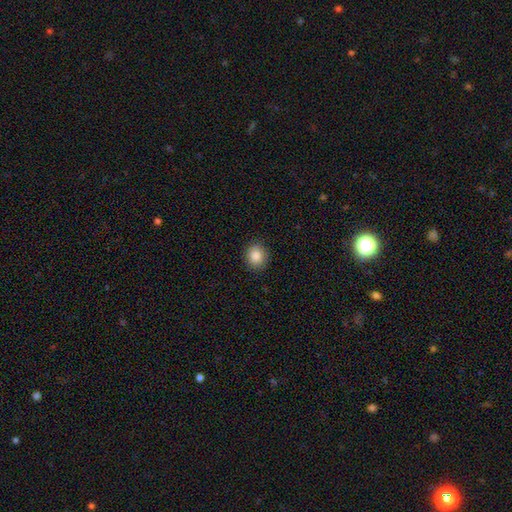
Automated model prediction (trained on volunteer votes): Smooth or featured?
  - smooth: 87% *
  - star or artifact: 9%
  - featured or disk: 4%
How rounded?
  - round: 75% *
  - in between: 24%
  - cigar-shaped: 1%
Merging?
  - none: 90% *
  - minor disturbance: 7%
  - major disturbance: 2%
  - merger: 1%